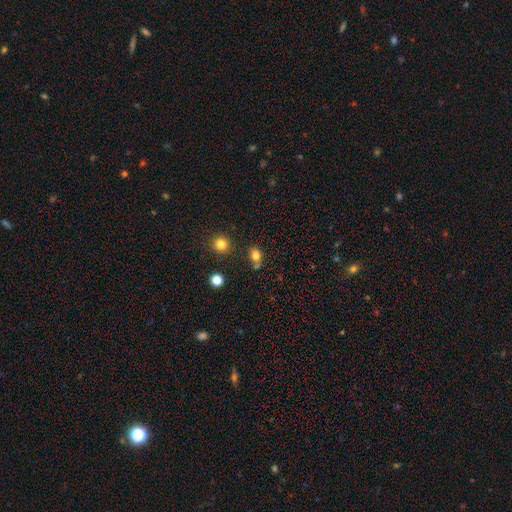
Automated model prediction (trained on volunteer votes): Smooth or featured? smooth (79%)
How rounded? round (53%)
Merging? none (65%)